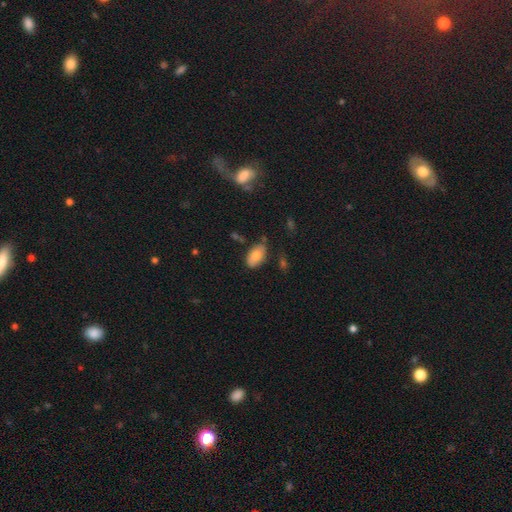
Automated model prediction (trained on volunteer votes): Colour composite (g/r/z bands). It shows a smooth galaxy with no disk features (78%) that is in between round and cigar-shaped (94%). Merging: none (70%).